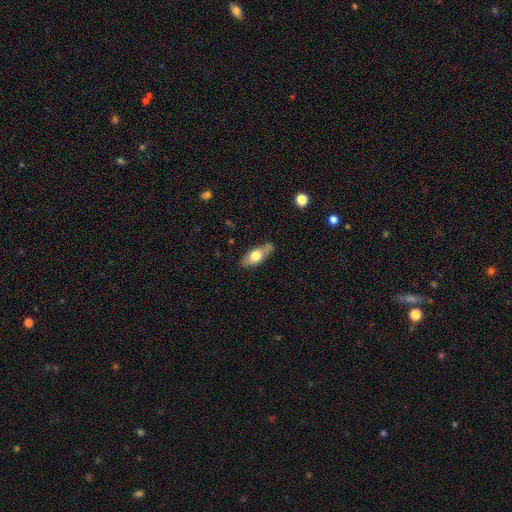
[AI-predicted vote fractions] Overall: smooth (62%; featured or disk 32%). How rounded: in between (80%). Merging: none (73%).